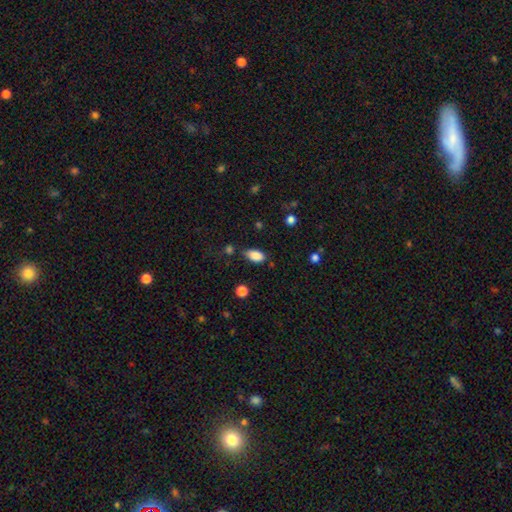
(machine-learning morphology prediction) smooth 87%, star or artifact 8%, featured or disk 5%. Down the decision tree: how rounded — in between (92%); merging — none (71%).